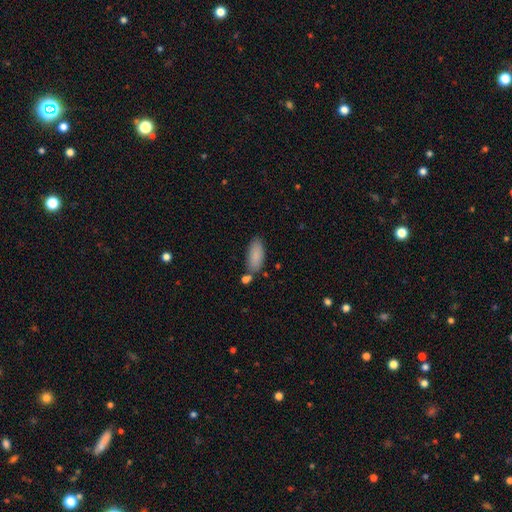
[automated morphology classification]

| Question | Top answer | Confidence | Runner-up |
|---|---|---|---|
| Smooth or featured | smooth | 87% | star or artifact (7%) |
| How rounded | in between | 81% | cigar-shaped (17%) |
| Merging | none | 71% | minor disturbance (15%) |